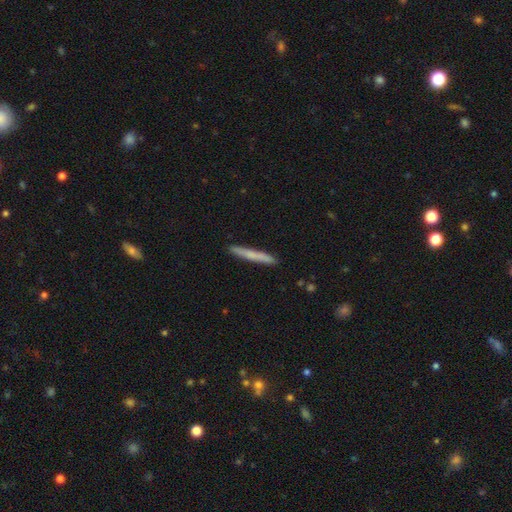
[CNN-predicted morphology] A smooth galaxy with no disk features (68%) that is cigar-shaped (96%). Merging: none (90%).